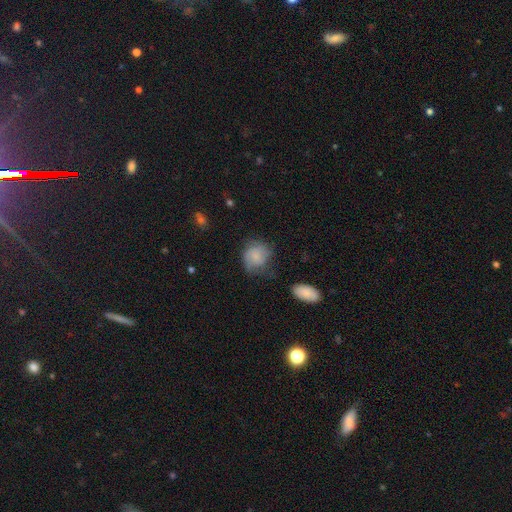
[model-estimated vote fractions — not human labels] This is likely a smooth galaxy (66%). How rounded: likely round (66%). Merging: possibly none (50%).